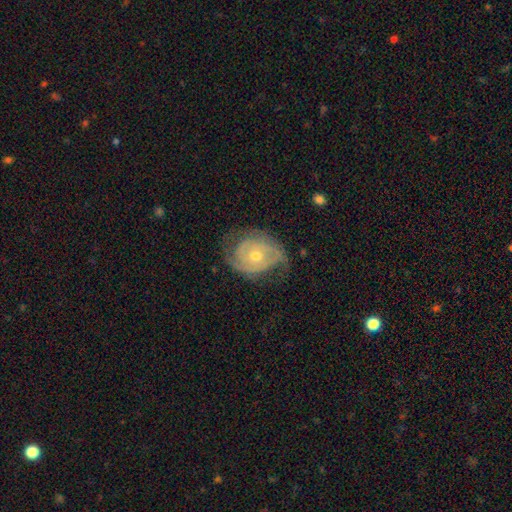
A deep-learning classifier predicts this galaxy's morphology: featured or disk 78%, smooth 16%, star or artifact 6%. Down the decision tree: edge-on disk — no (97%); bar — no (76%); spiral arms — yes (90%); spiral arm count — 2 (61%); spiral winding — tight (53%); bulge size — small (49%); merging — none (60%).